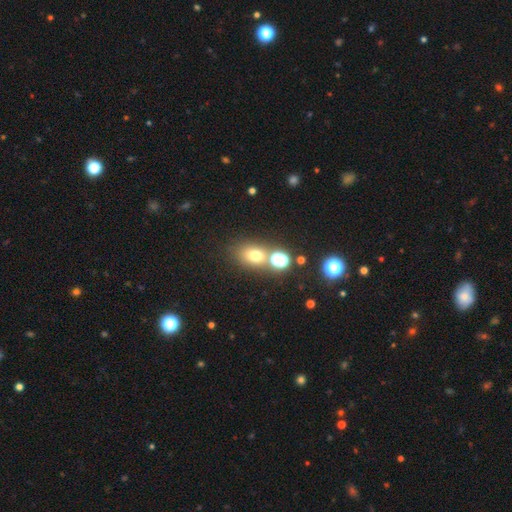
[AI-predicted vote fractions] smooth 66%, star or artifact 22%, featured or disk 12%. Down the decision tree: how rounded — in between (54%); merging — none (58%).